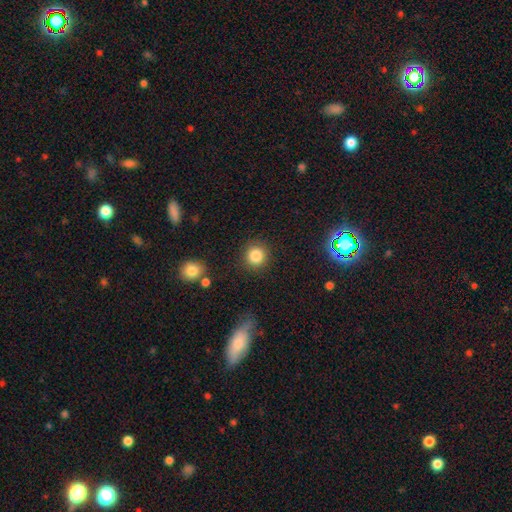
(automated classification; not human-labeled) Smooth or featured? smooth (85%)
How rounded? round (90%)
Merging? none (87%)